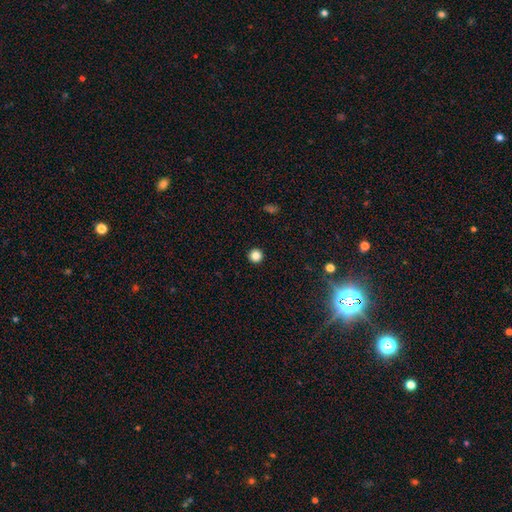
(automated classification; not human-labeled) Smooth or featured? smooth (85%)
How rounded? round (96%)
Merging? none (94%)